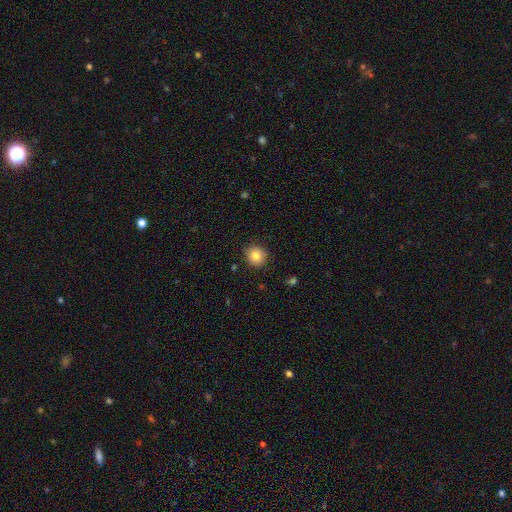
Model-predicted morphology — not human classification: This appears to be a smooth galaxy with no disk features (83%) that is round (91%). Merging: none (89%).